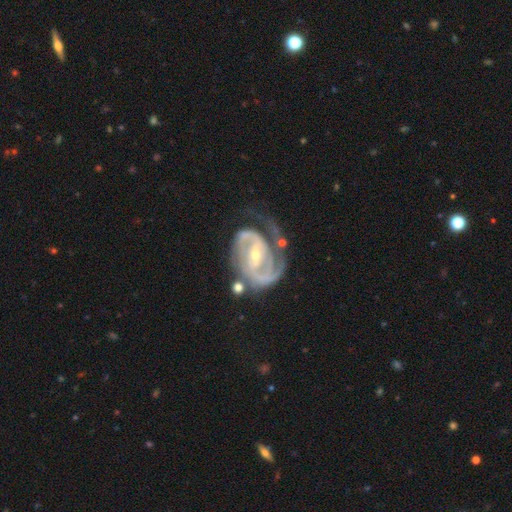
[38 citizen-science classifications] Morphology: type=featured or disk (87%); edge-on=no (94%); bar=weak (48%); spiral arms=yes (90%); winding=tight (57%); arm count=1 (43%); bulge=small (58%); merging=major disturbance (40%).